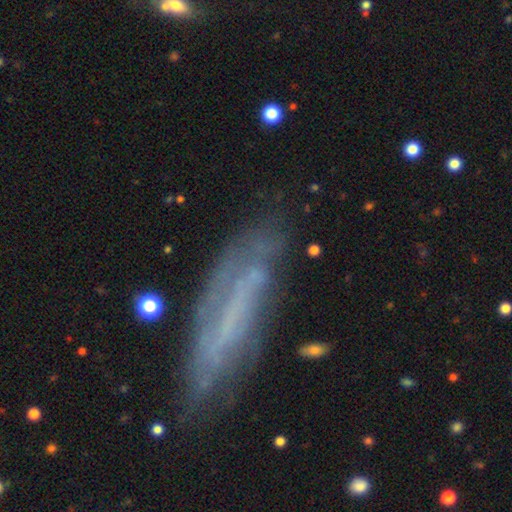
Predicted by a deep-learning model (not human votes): Smooth or featured? Predicted: featured or disk (p=0.63). Edge-on disk? Predicted: no (p=0.60). Merging? Predicted: none (p=0.65).